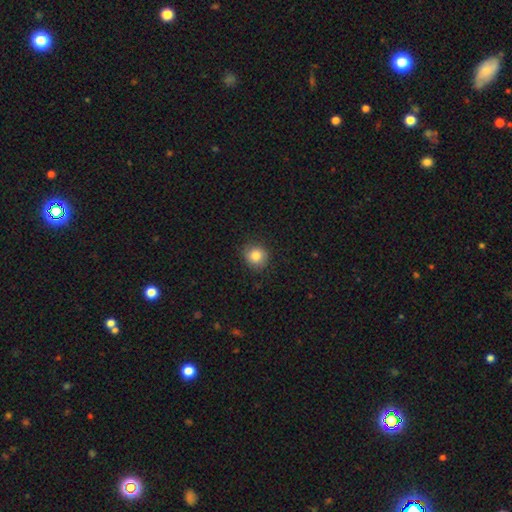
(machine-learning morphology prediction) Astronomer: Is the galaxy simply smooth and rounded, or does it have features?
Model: smooth — 82%.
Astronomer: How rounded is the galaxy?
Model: round — 86%.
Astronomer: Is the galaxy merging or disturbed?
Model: none — 83%.